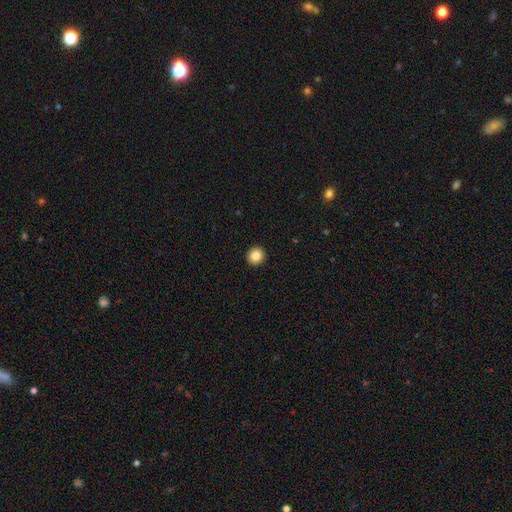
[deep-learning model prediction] The model was most divided on "smooth or featured": smooth: 84%, star or artifact: 10%, featured or disk: 6%. More confident: merging — none (93%); how rounded — round (89%).